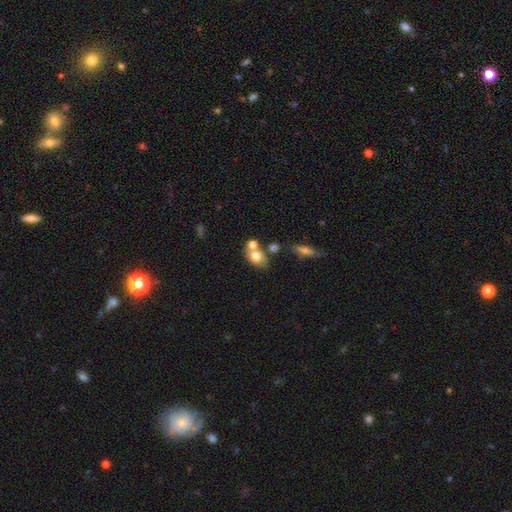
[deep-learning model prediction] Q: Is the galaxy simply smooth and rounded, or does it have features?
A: smooth — 72%.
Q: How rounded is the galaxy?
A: in between — 63%.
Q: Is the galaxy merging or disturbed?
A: none — 44%.